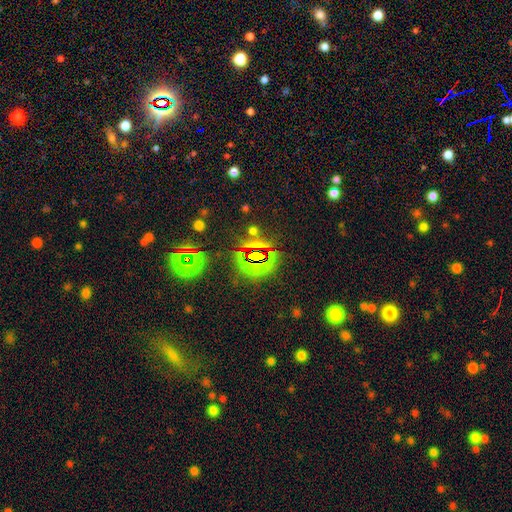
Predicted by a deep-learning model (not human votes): Smooth or featured? Predicted: star or artifact (p=0.75).